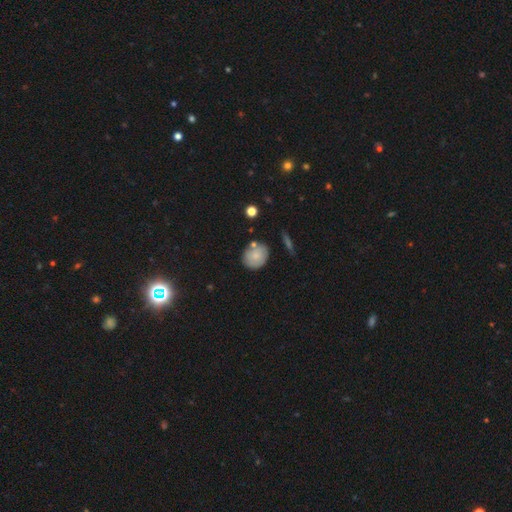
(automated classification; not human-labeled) This appears to be a smooth galaxy with no disk features (77%) that is round (64%). Merging: none (70%).